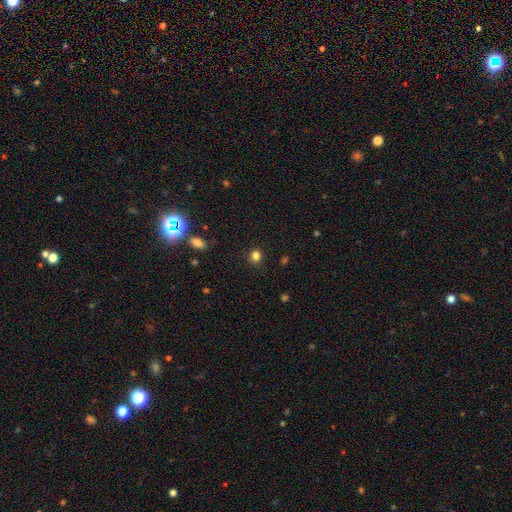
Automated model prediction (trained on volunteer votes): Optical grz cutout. It shows a smooth galaxy with no disk features (82%) that is round (80%). Merging: none (89%).